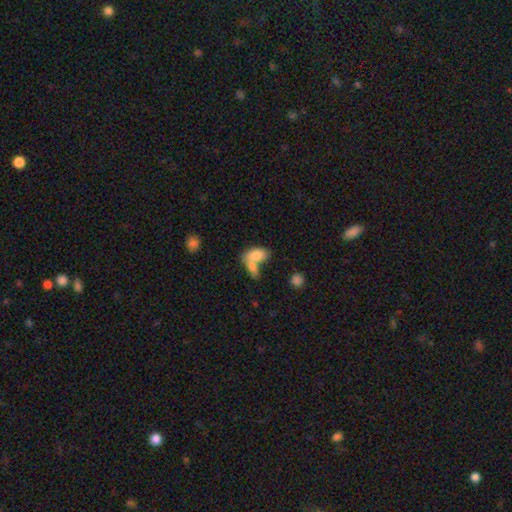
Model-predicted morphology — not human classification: Smooth or featured? smooth (80%)
How rounded? in between (90%)
Merging? merger (60%)